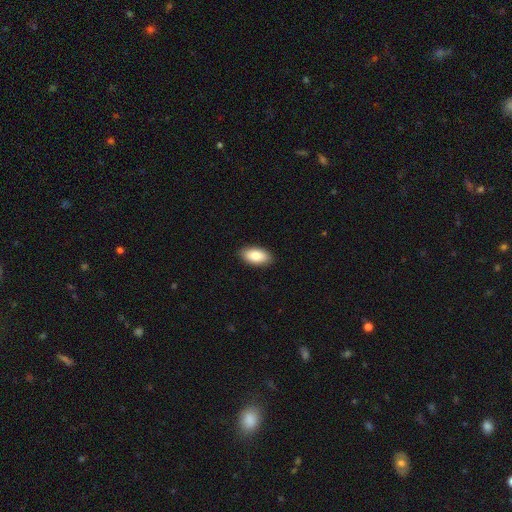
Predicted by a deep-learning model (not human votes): Smooth or featured?
  - smooth: 87% *
  - featured or disk: 7%
  - star or artifact: 6%
How rounded?
  - in between: 94% *
  - round: 3%
  - cigar-shaped: 3%
Merging?
  - none: 90% *
  - minor disturbance: 8%
  - major disturbance: 2%
  - merger: 1%